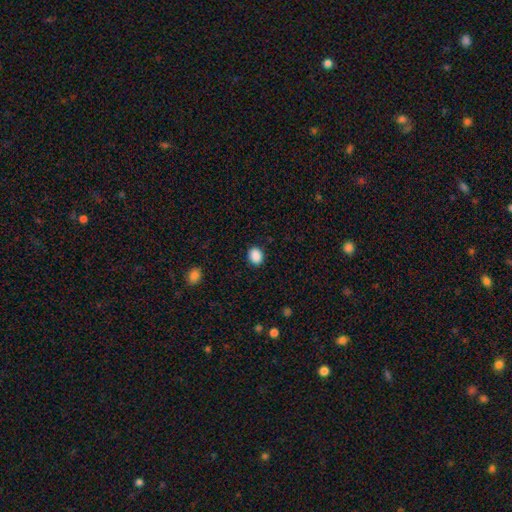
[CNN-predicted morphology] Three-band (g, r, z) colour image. It shows a smooth galaxy with no disk features (89%) that is in between round and cigar-shaped (52%). Merging: none (88%).